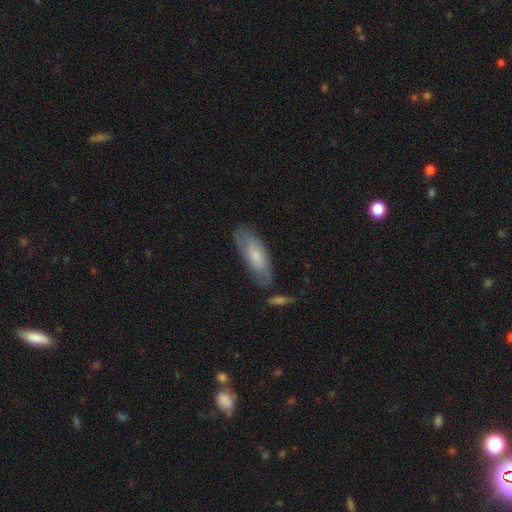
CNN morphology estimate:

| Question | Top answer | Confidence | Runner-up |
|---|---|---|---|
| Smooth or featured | smooth | 61% | featured or disk (33%) |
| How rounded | in between | 71% | cigar-shaped (27%) |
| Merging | none | 69% | minor disturbance (20%) |